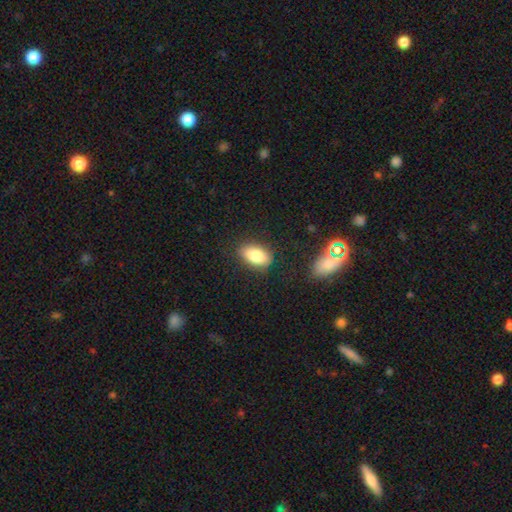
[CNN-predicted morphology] Smooth or featured: smooth — 84% (star or artifact — 8%)
How rounded: in between — 89% (round — 7%)
Merging: none — 82% (minor disturbance — 13%)